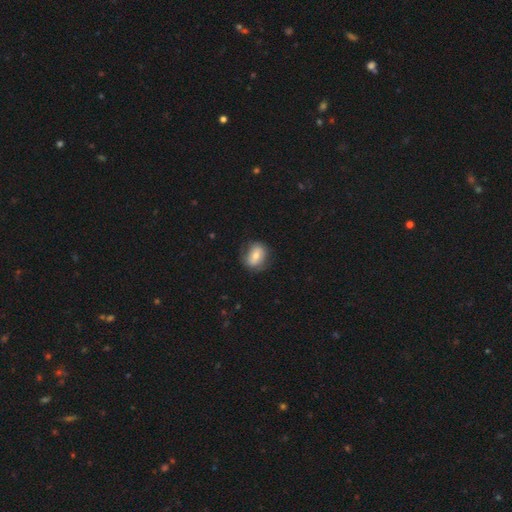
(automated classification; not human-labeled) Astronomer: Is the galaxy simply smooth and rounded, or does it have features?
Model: smooth — 63%.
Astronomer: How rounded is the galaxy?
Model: in between — 54% (runner-up: round, 44%).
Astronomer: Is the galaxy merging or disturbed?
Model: none — 74%.